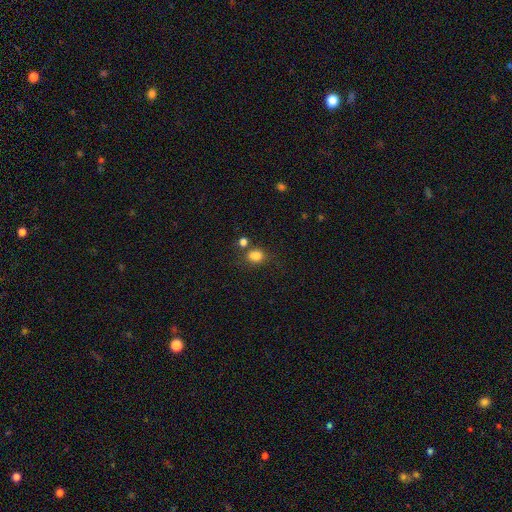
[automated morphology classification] Smooth or featured? smooth (81%)
How rounded? round (52%)
Merging? none (61%)